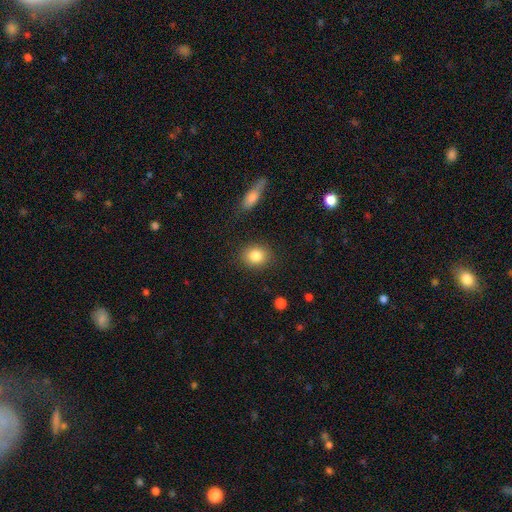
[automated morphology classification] smooth_or_featured: smooth (p=0.84) [alt: star or artifact p=0.09]
how_rounded: round (p=0.66) [alt: in between p=0.33]
merging: none (p=0.88) [alt: minor disturbance p=0.08]